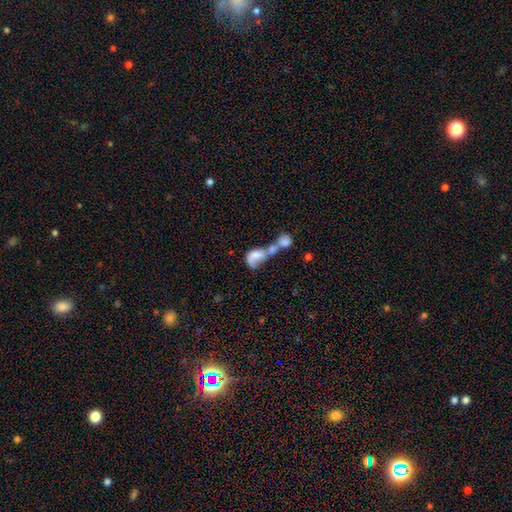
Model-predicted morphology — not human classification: smooth 54%, featured or disk 37%, star or artifact 9%. Down the decision tree: how rounded — in between (75%); merging — merger (77%).